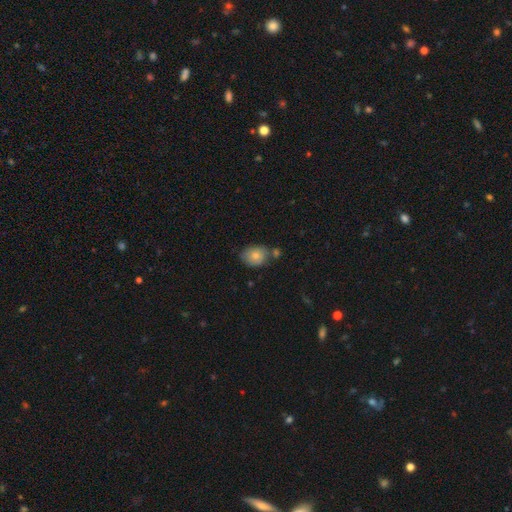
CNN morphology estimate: Smooth or featured? smooth (80%)
How rounded? in between (56%)
Merging? none (63%)